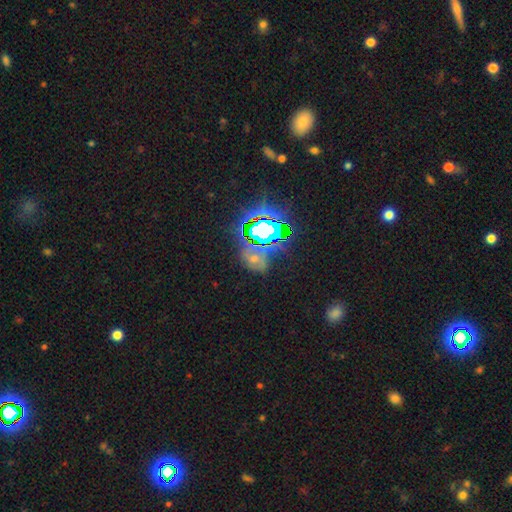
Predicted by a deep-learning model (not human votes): This is likely a star or artifact rather than a galaxy (63%).